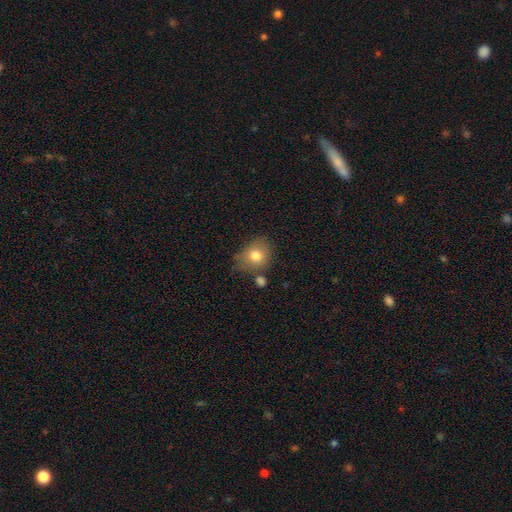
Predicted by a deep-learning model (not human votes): Smooth or featured?
  - smooth: 77% *
  - featured or disk: 13%
  - star or artifact: 9%
How rounded?
  - round: 51% *
  - in between: 48%
  - cigar-shaped: 1%
Merging?
  - none: 61% *
  - minor disturbance: 21%
  - merger: 11%
  - major disturbance: 7%